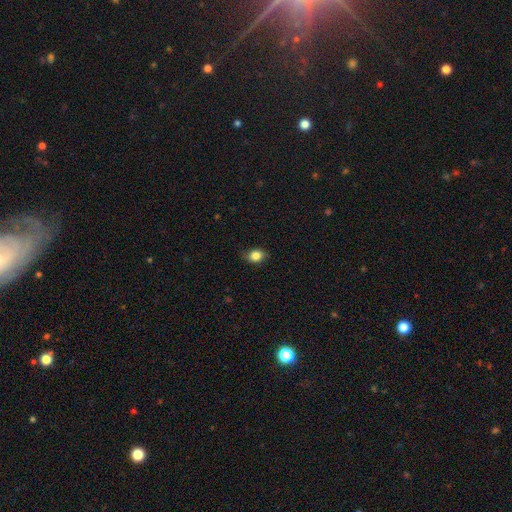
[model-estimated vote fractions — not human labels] smooth 84%, star or artifact 9%, featured or disk 7%. Down the decision tree: how rounded — in between (60%); merging — none (80%).